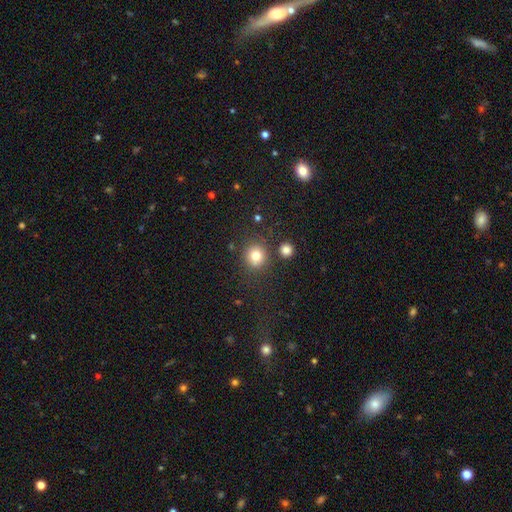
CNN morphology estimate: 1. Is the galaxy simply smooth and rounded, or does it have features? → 80% smooth, 13% star or artifact, 7% featured or disk.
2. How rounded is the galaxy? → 87% round, 12% in between, 1% cigar-shaped.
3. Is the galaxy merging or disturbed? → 80% none, 9% minor disturbance, 7% merger, 4% major disturbance.